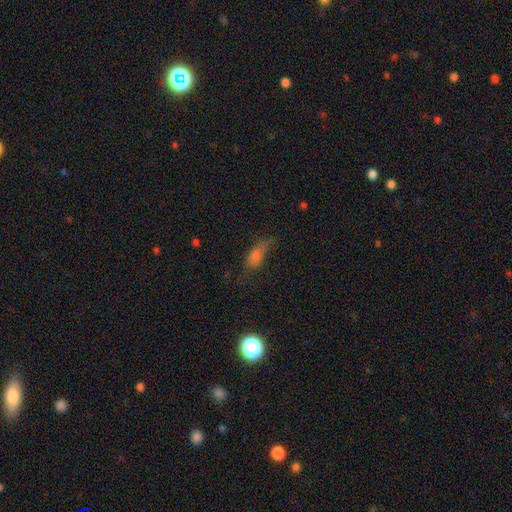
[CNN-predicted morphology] The model was most divided on "merging": none: 44%, minor disturbance: 28%, major disturbance: 25%, merger: 3%. More confident: how rounded — in between (62%); smooth or featured — smooth (60%).